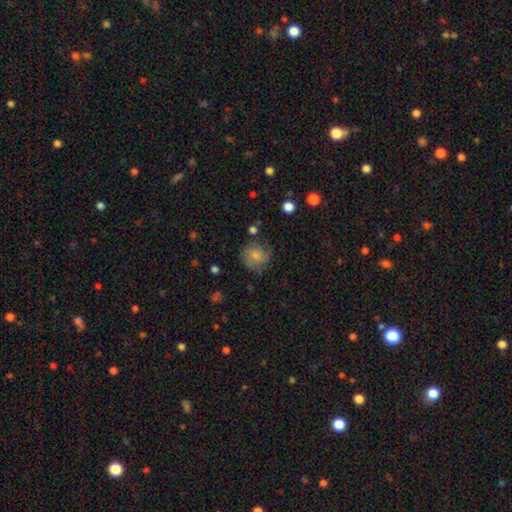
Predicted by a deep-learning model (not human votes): This is likely a smooth galaxy (69%). How rounded: clearly round (83%). Merging: likely none (66%).